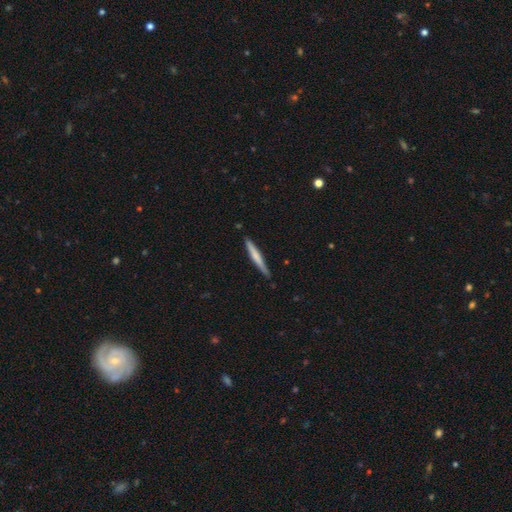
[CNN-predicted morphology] Smooth or featured? smooth (58%)
How rounded? cigar-shaped (96%)
Merging? none (86%)